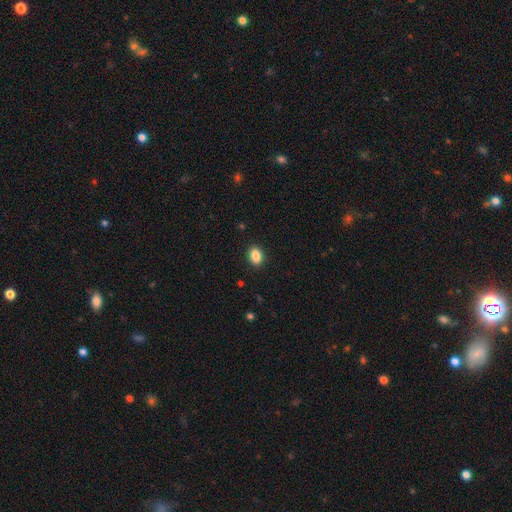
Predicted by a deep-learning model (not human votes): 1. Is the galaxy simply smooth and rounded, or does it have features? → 87% smooth, 9% star or artifact, 4% featured or disk.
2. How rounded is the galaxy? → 81% in between, 17% round, 2% cigar-shaped.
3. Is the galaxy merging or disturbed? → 89% none, 8% minor disturbance, 2% major disturbance, 1% merger.